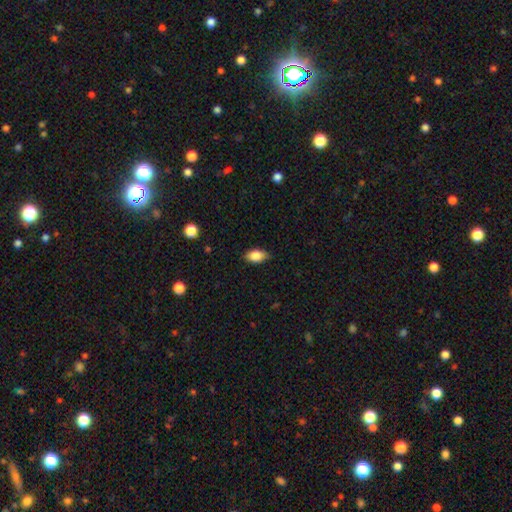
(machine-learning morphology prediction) smooth 82%, featured or disk 10%, star or artifact 8%. Down the decision tree: how rounded — in between (89%); merging — none (83%).